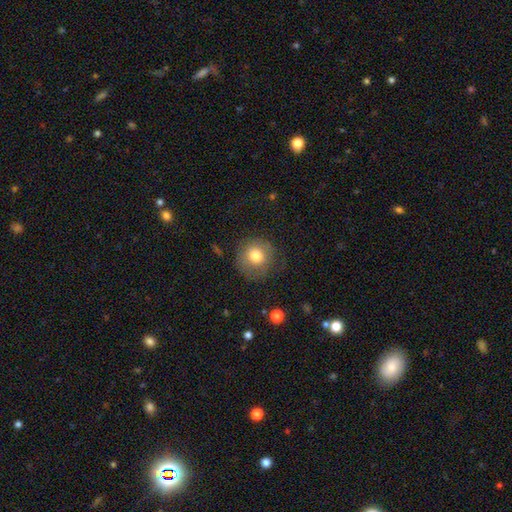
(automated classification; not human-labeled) This is likely a smooth galaxy (78%). How rounded: clearly round (91%). Merging: likely none (75%).